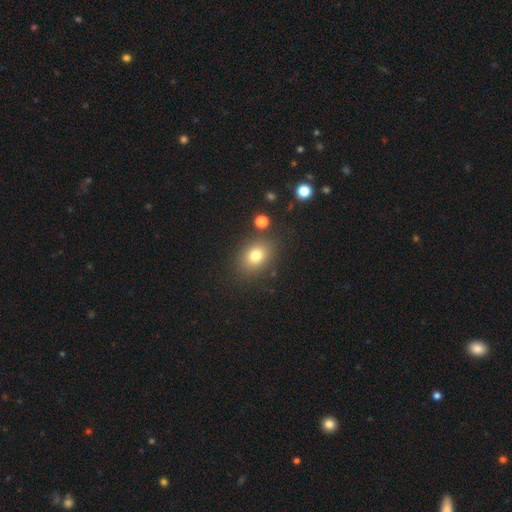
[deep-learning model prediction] Smooth or featured?
  - smooth: 78% *
  - star or artifact: 13%
  - featured or disk: 10%
How rounded?
  - in between: 54% *
  - round: 45%
  - cigar-shaped: 1%
Merging?
  - none: 82% *
  - minor disturbance: 10%
  - merger: 4%
  - major disturbance: 4%